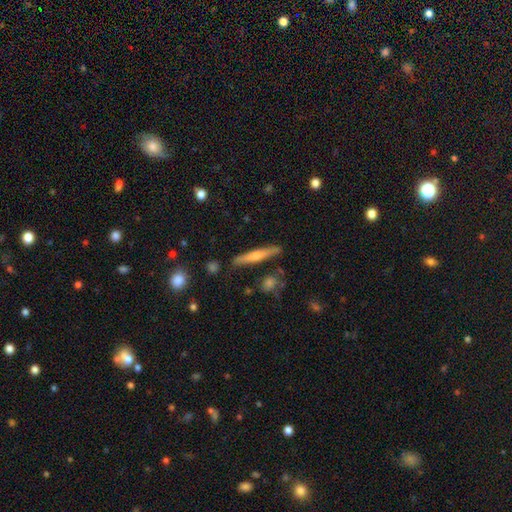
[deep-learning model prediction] Smooth or featured?
  - smooth: 52% *
  - featured or disk: 41%
  - star or artifact: 6%
How rounded?
  - cigar-shaped: 92% *
  - in between: 6%
  - round: 2%
Merging?
  - none: 84% *
  - minor disturbance: 11%
  - merger: 3%
  - major disturbance: 2%